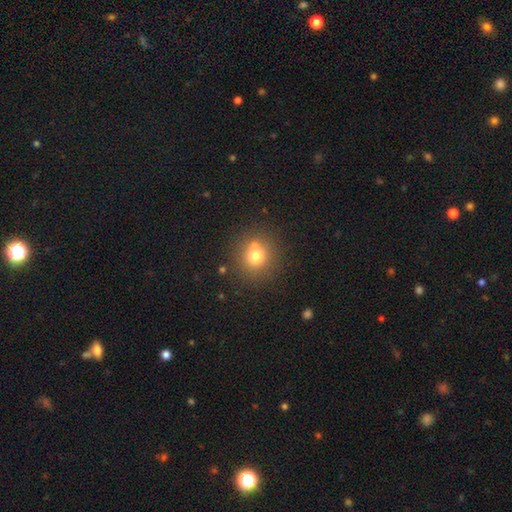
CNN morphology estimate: Smooth or featured?
  - smooth: 73% *
  - star or artifact: 15%
  - featured or disk: 12%
How rounded?
  - round: 88% *
  - in between: 11%
  - cigar-shaped: 1%
Merging?
  - none: 77% *
  - minor disturbance: 10%
  - merger: 9%
  - major disturbance: 4%